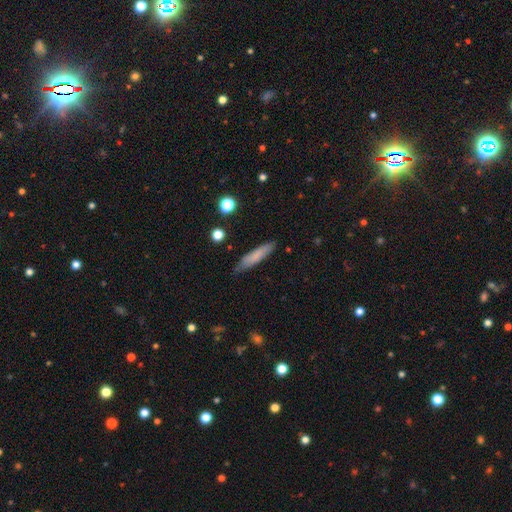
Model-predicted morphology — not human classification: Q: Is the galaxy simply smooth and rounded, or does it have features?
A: smooth — 75%.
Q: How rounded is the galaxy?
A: cigar-shaped — 84%.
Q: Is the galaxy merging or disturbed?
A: none — 81%.